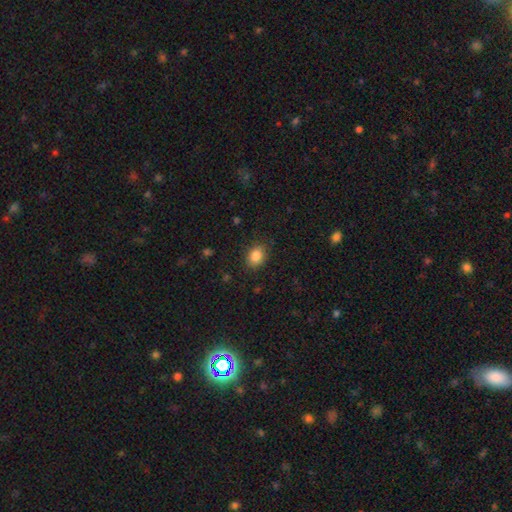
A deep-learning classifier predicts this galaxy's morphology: Q: Smooth or featured?
A: smooth (86%); runner-up: star or artifact (9%)
Q: How rounded?
A: in between (65%); runner-up: round (34%)
Q: Merging?
A: none (85%); runner-up: minor disturbance (11%)